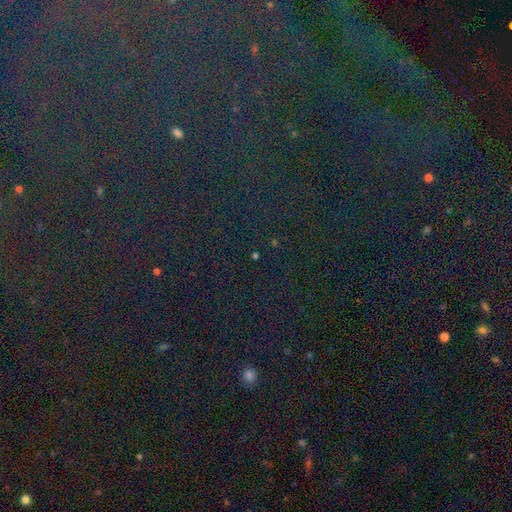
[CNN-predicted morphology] Smooth or featured: star or artifact — 75% (smooth — 17%)